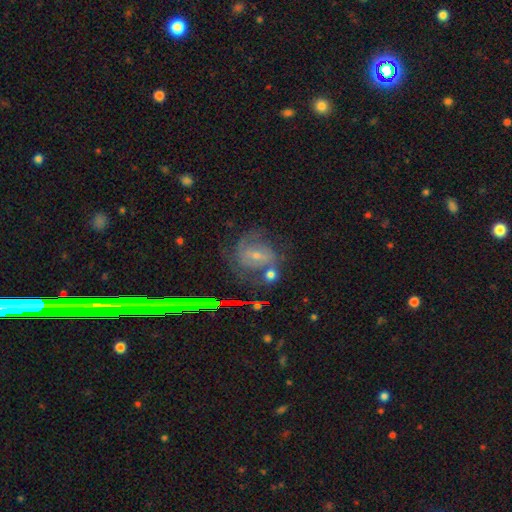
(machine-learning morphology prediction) featured or disk 67%, smooth 17%, star or artifact 16%. Down the decision tree: edge-on disk — no (96%); bar — weak (44%); spiral arms — yes (87%); spiral arm count — 2 (53%); spiral winding — tight (43%, tied with medium); bulge size — small (62%); merging — none (57%).